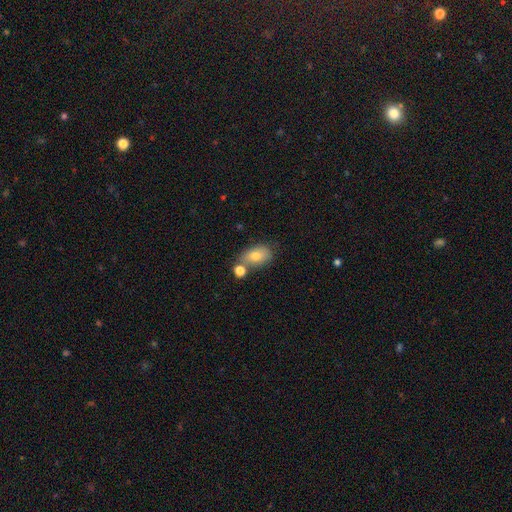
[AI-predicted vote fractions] smooth-or-featured: smooth: 76% | featured or disk: 15% | star or artifact: 9%
  how-rounded: in between: 84% | round: 14% | cigar-shaped: 2%
  merging: none: 59% | merger: 21% | minor disturbance: 16% | major disturbance: 5%